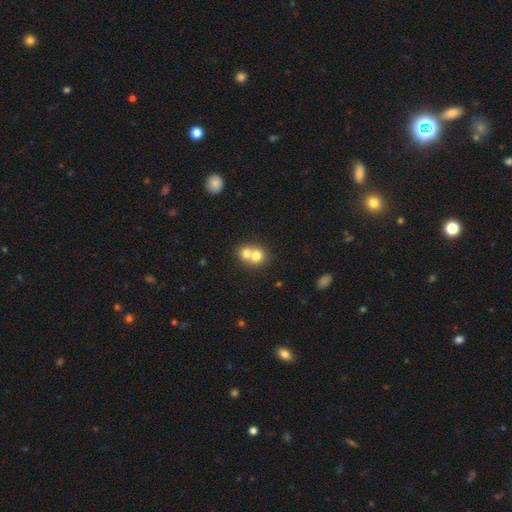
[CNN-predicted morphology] smooth_or_featured: smooth (p=0.72) [alt: featured or disk p=0.18]
how_rounded: round (p=0.77) [alt: in between p=0.22]
merging: merger (p=0.68) [alt: none p=0.26]